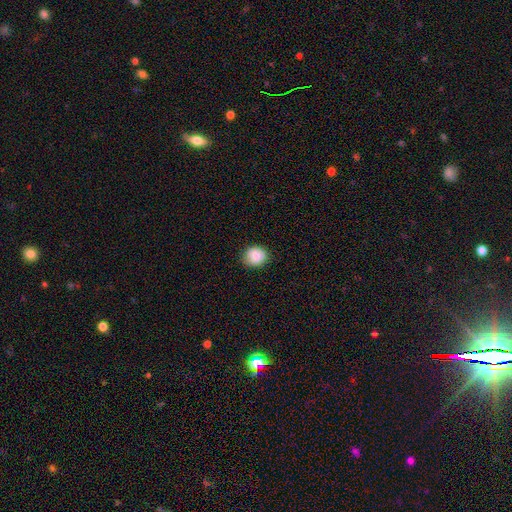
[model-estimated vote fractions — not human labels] This is clearly a smooth galaxy (85%). How rounded: likely round (80%). Merging: clearly none (83%).